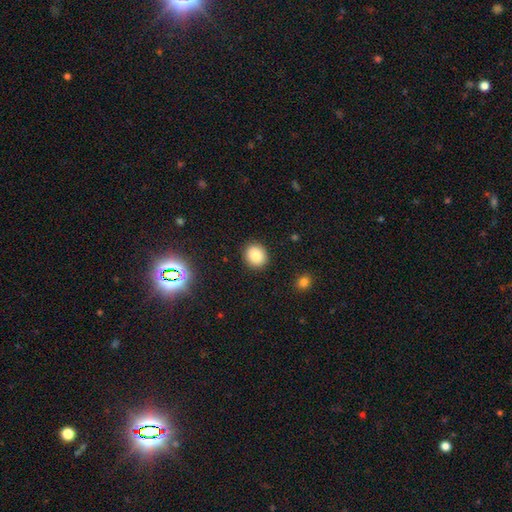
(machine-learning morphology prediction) smooth_or_featured: smooth (p=0.83) [alt: star or artifact p=0.10]
how_rounded: round (p=0.83) [alt: in between p=0.16]
merging: none (p=0.91) [alt: minor disturbance p=0.06]